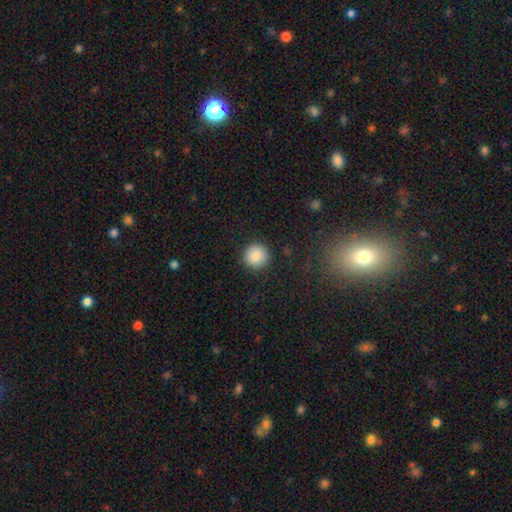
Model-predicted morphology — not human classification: smooth-or-featured: smooth: 85% | star or artifact: 9% | featured or disk: 6%
  how-rounded: round: 95% | in between: 4% | cigar-shaped: 1%
  merging: none: 91% | minor disturbance: 6% | major disturbance: 2% | merger: 1%